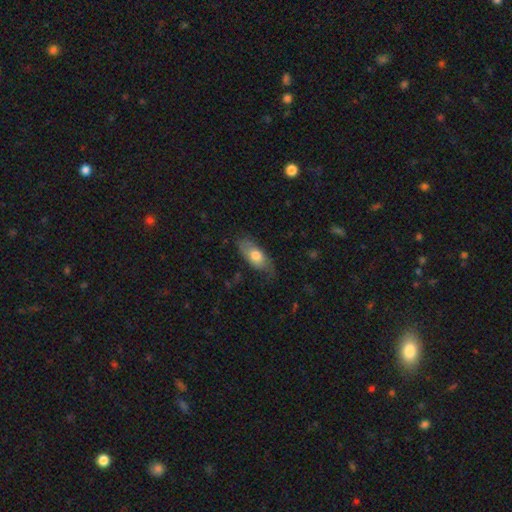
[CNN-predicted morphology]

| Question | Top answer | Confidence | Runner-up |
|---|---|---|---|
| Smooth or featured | smooth | 66% | featured or disk (28%) |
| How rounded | in between | 85% | cigar-shaped (12%) |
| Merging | none | 63% | minor disturbance (27%) |